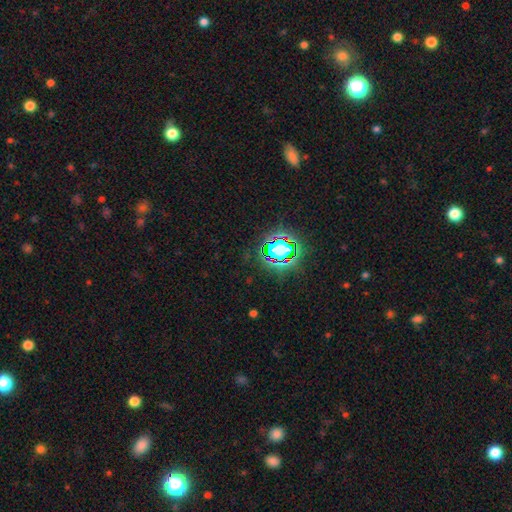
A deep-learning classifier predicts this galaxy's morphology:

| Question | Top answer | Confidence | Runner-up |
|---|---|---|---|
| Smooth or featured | star or artifact | 78% | smooth (14%) |